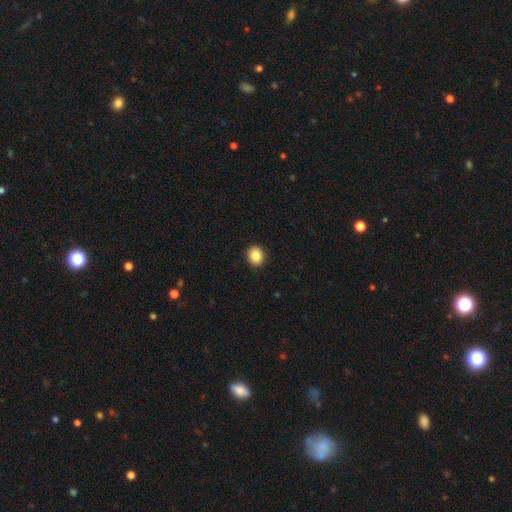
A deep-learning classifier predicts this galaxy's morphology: smooth 87%, star or artifact 9%, featured or disk 4%. Down the decision tree: how rounded — round (78%); merging — none (92%).